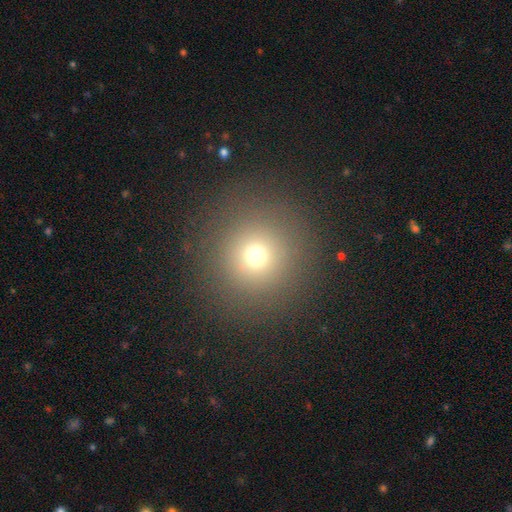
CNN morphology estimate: Smooth or featured? Predicted: smooth (p=0.69). How rounded? Predicted: round (p=0.95). Merging? Predicted: none (p=0.88).